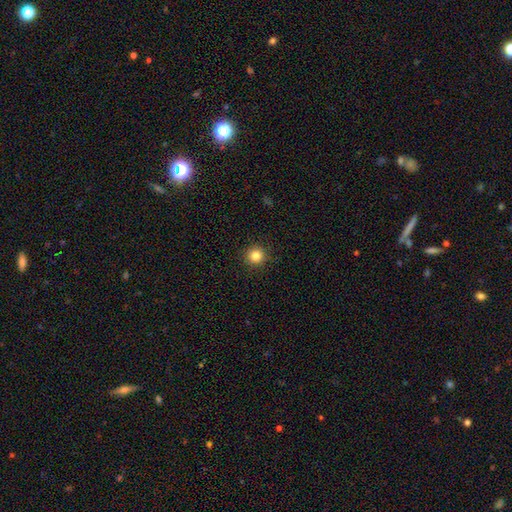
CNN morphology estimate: smooth_or_featured: smooth (p=0.84) [alt: star or artifact p=0.12]
how_rounded: round (p=0.95) [alt: in between p=0.04]
merging: none (p=0.92) [alt: minor disturbance p=0.05]